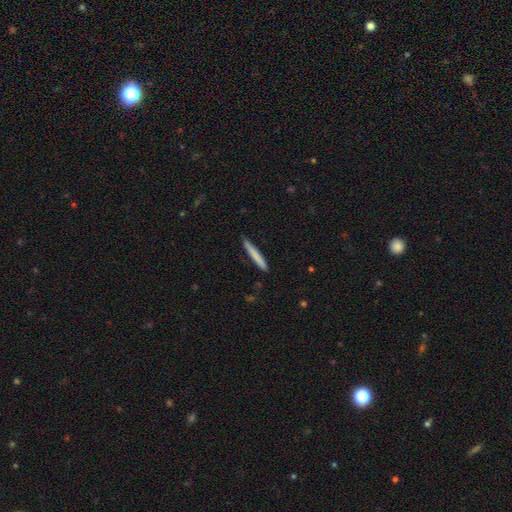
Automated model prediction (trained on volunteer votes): smooth-or-featured: smooth: 75% | featured or disk: 19% | star or artifact: 5%
  how-rounded: cigar-shaped: 96% | in between: 2% | round: 1%
  merging: none: 90% | minor disturbance: 8% | major disturbance: 1% | merger: 1%